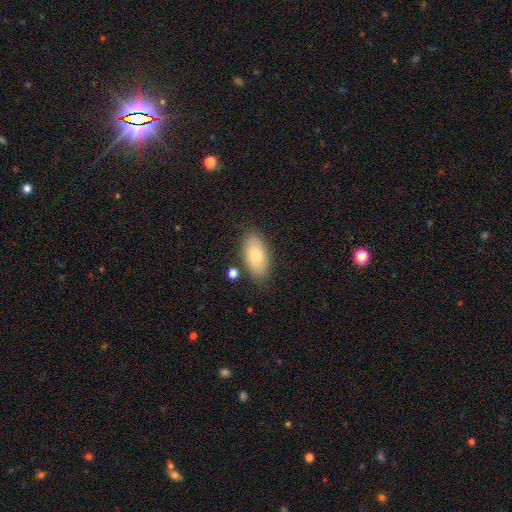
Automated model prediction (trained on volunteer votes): A smooth galaxy with no disk features (78%) that is in between round and cigar-shaped (93%). Merging: none (81%).